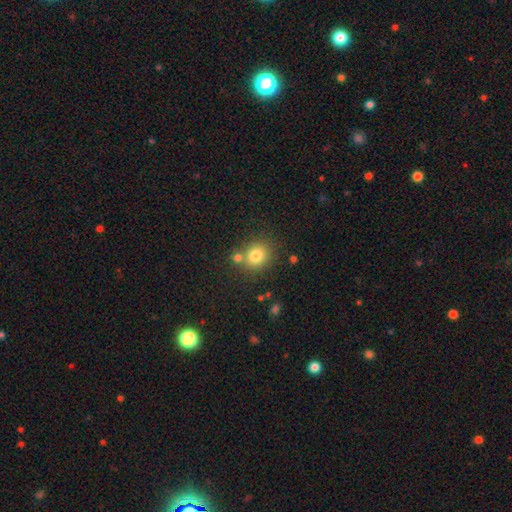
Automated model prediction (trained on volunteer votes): A smooth galaxy with no disk features (79%) that is round (77%).

Vote fractions:
- Smooth or featured? smooth: 79% / star or artifact: 12% / featured or disk: 9%
- How rounded? round: 77% / in between: 22% / cigar-shaped: 1%
- Merging? none: 67% / merger: 19% / minor disturbance: 10% / major disturbance: 3%